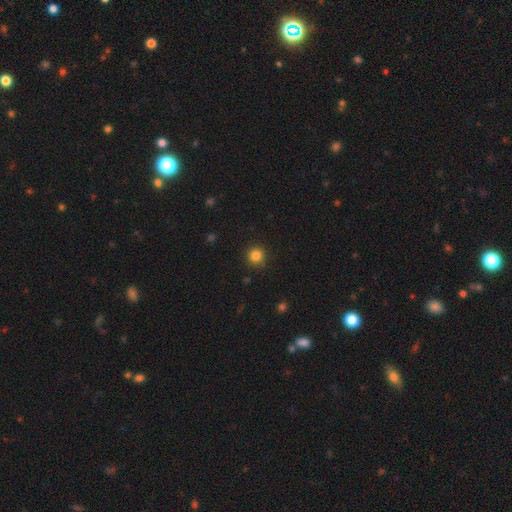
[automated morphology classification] Smooth or featured? Predicted: smooth (p=0.84). How rounded? Predicted: round (p=0.94). Merging? Predicted: none (p=0.90).